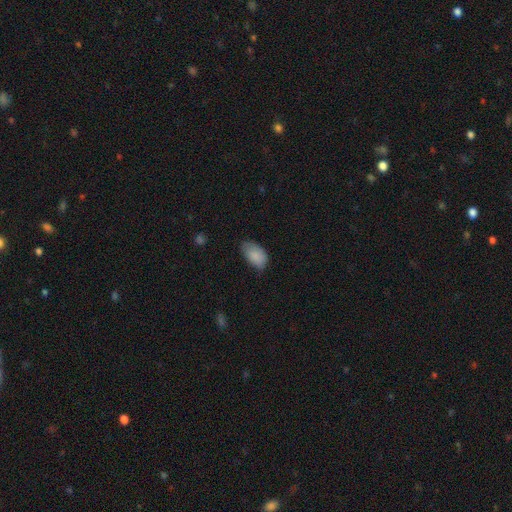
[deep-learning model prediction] Smooth or featured: smooth — 85% (featured or disk — 8%)
How rounded: in between — 93% (round — 5%)
Merging: none — 61% (minor disturbance — 32%)